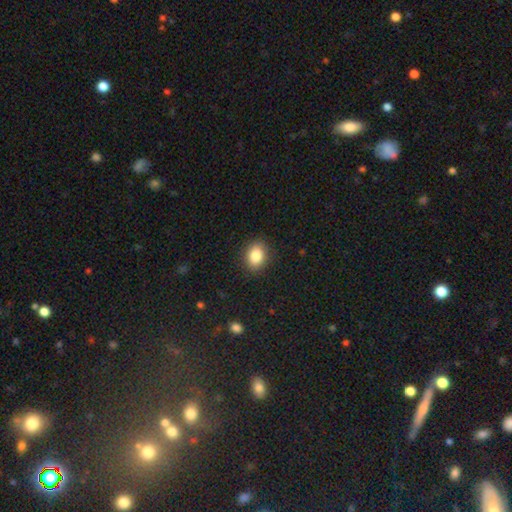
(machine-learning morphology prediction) A smooth galaxy with no disk features (85%) that is in between round and cigar-shaped (55%).

Vote fractions:
- Smooth or featured? smooth: 85% / star or artifact: 9% / featured or disk: 6%
- How rounded? in between: 55% / round: 44% / cigar-shaped: 1%
- Merging? none: 89% / minor disturbance: 8% / major disturbance: 2% / merger: 1%